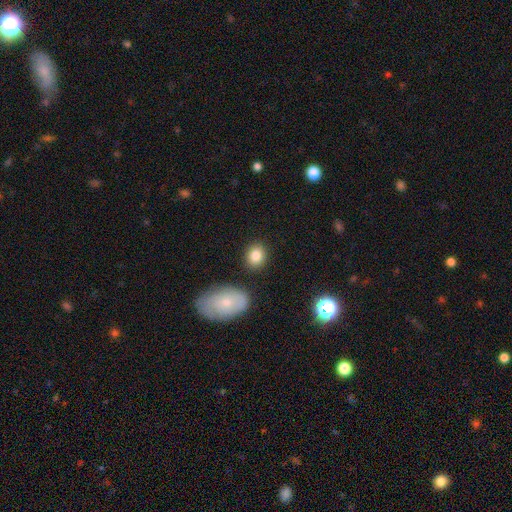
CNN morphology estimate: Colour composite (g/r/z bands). It shows a smooth galaxy with no disk features (84%) that is round (58%). Merging: none (84%).